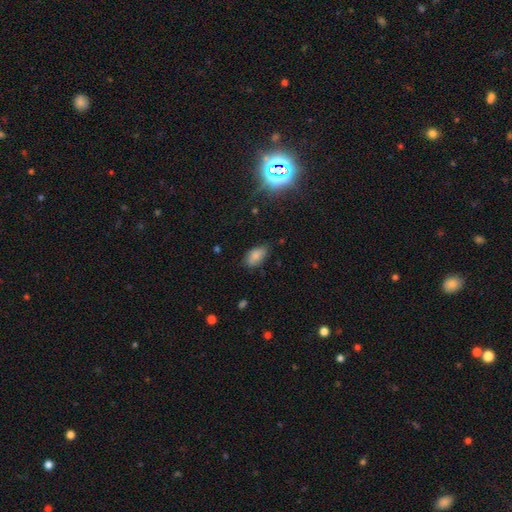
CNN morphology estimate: Overall: smooth (79%). How rounded: in between (92%). Merging: none (71%).